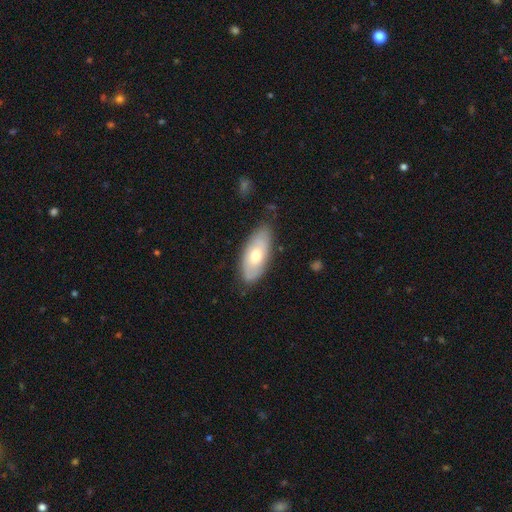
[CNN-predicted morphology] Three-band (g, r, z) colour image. It shows a smooth galaxy with no disk features (60%) that is in between round and cigar-shaped (88%). Merging: none (78%).